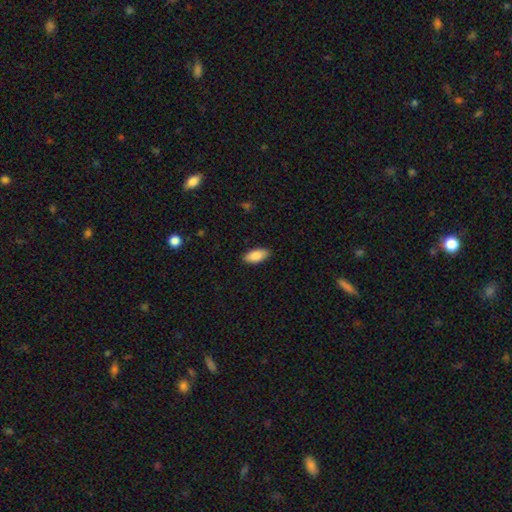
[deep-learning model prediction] Q: Smooth or featured?
A: smooth (88%); runner-up: star or artifact (6%)
Q: How rounded?
A: in between (90%); runner-up: cigar-shaped (8%)
Q: Merging?
A: none (88%); runner-up: minor disturbance (9%)